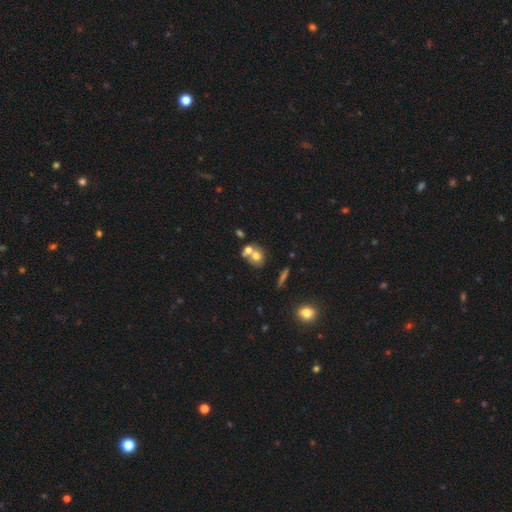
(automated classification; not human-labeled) This appears to be a smooth galaxy with no disk features (63%) that is round (69%). Merging: merger (49%).